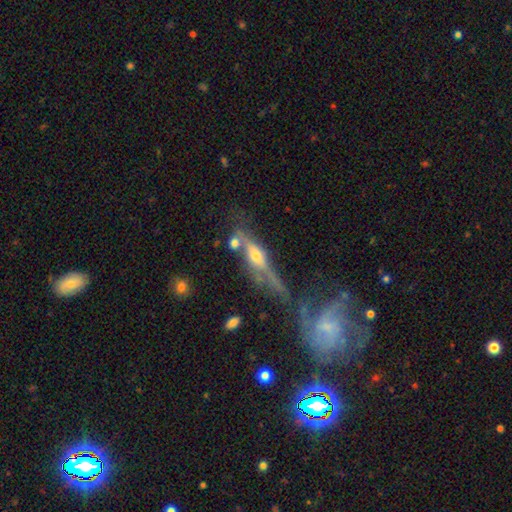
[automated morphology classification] type=featured or disk (69%); edge-on=yes (71%); merging=none (38%).